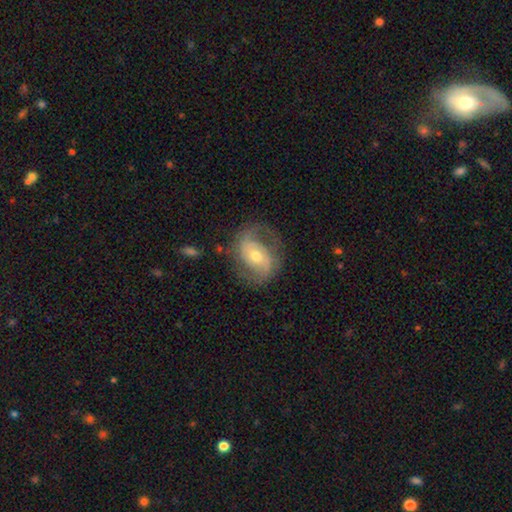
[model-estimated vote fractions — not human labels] This is likely a featured or disk galaxy (77%). It is clearly not viewed edge-on (97%). Bar: possibly no (46%). Spiral arm pattern: clearly yes (89%). Spiral arm count: likely 2 (80%). Spiral winding: possibly medium (47%). Central bulge: possibly moderate (59%). Merging: likely none (66%).